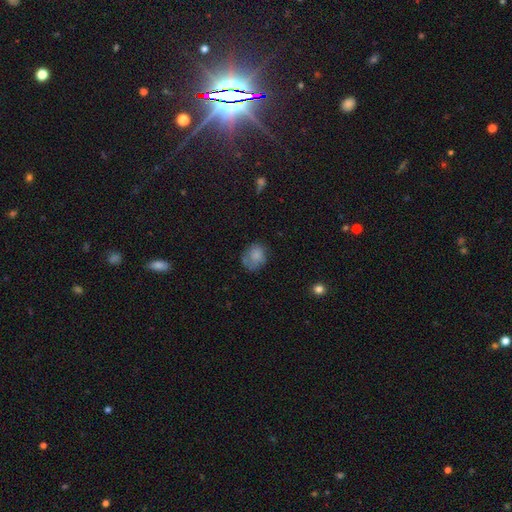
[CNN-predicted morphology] Smooth or featured?
  - smooth: 73% *
  - featured or disk: 17%
  - star or artifact: 10%
How rounded?
  - round: 60% *
  - in between: 39%
  - cigar-shaped: 1%
Merging?
  - none: 53% *
  - minor disturbance: 28%
  - major disturbance: 16%
  - merger: 2%